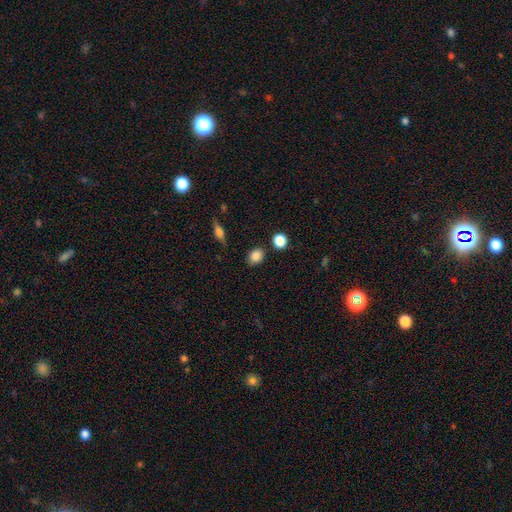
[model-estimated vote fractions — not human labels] This appears to be a smooth galaxy with no disk features (86%) that is round (54%). Merging: none (83%).